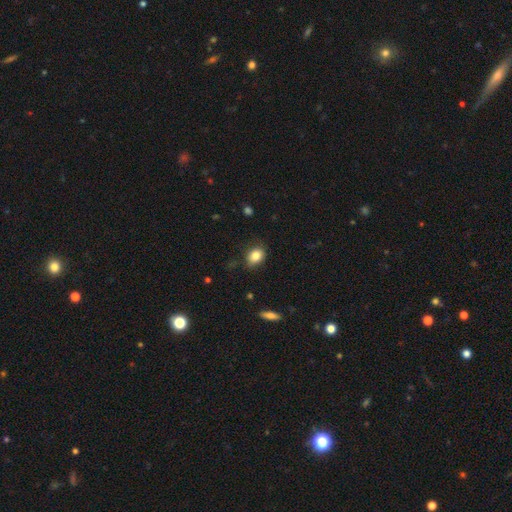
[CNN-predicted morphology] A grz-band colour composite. It shows a smooth galaxy with no disk features (83%) that is in between round and cigar-shaped (54%). Merging: none (76%).